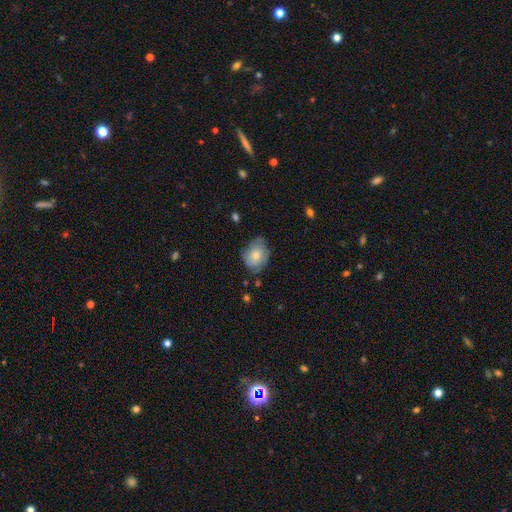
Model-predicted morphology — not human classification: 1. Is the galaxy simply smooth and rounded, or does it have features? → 58% smooth, 35% featured or disk, 7% star or artifact.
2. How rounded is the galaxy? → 61% in between, 38% round, 1% cigar-shaped.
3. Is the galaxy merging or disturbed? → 63% none, 28% minor disturbance, 7% major disturbance, 2% merger.